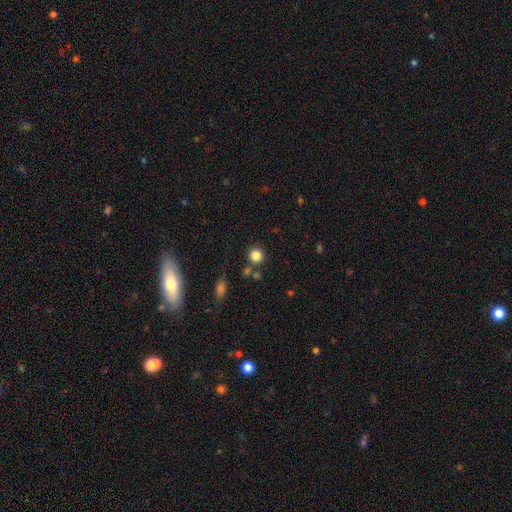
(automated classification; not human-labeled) Smooth or featured? Predicted: smooth (p=0.83). How rounded? Predicted: round (p=0.92). Merging? Predicted: none (p=0.80).